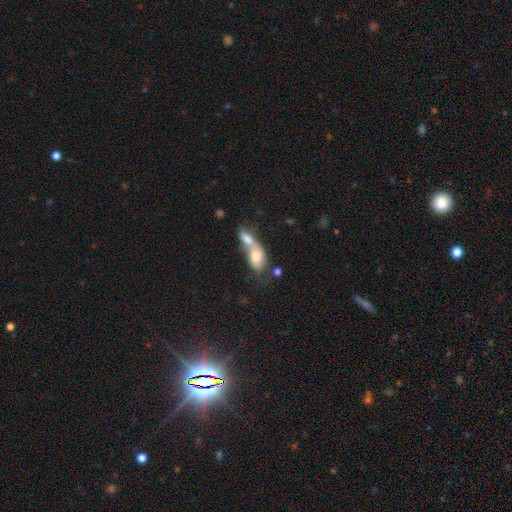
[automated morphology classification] smooth-or-featured: smooth: 73% | featured or disk: 20% | star or artifact: 8%
  how-rounded: in between: 81% | round: 14% | cigar-shaped: 6%
  merging: merger: 79% | none: 11% | minor disturbance: 5% | major disturbance: 5%